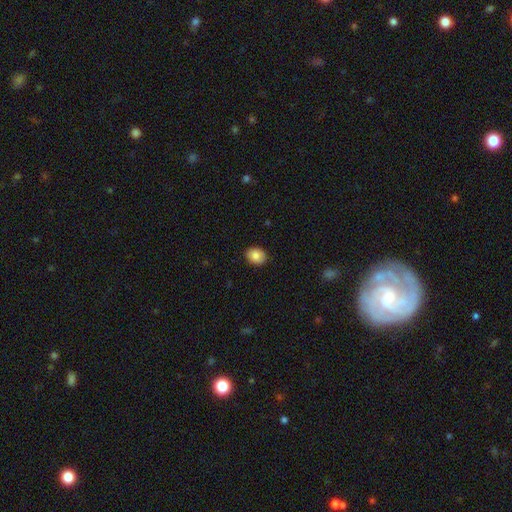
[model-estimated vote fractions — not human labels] Smooth or featured?
  - smooth: 86% *
  - star or artifact: 8%
  - featured or disk: 7%
How rounded?
  - in between: 55% *
  - round: 44%
  - cigar-shaped: 1%
Merging?
  - none: 89% *
  - minor disturbance: 8%
  - major disturbance: 2%
  - merger: 1%